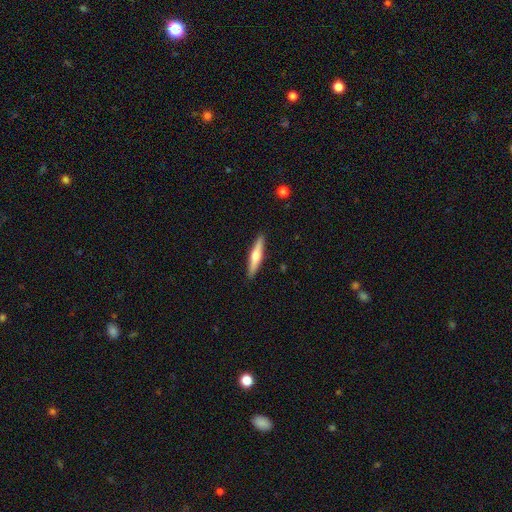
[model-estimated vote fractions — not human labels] The model was most divided on "smooth or featured": smooth: 48%, featured or disk: 47%, star or artifact: 5%. More confident: merging — none (91%).